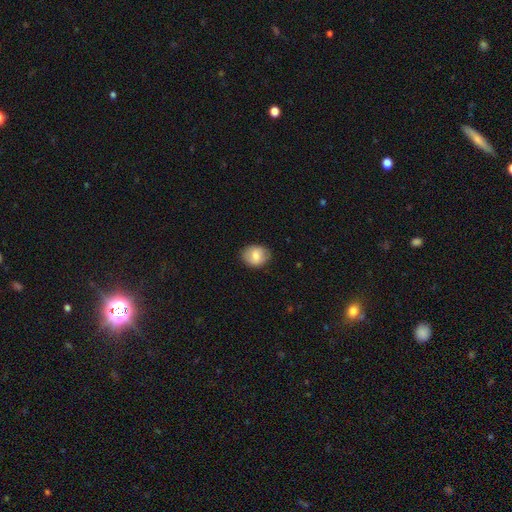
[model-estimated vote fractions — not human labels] A smooth galaxy with no disk features (75%) that is round (51%).

Vote fractions:
- Smooth or featured? smooth: 75% / featured or disk: 17% / star or artifact: 8%
- How rounded? round: 51% / in between: 48% / cigar-shaped: 1%
- Merging? none: 83% / minor disturbance: 13% / major disturbance: 3% / merger: 1%